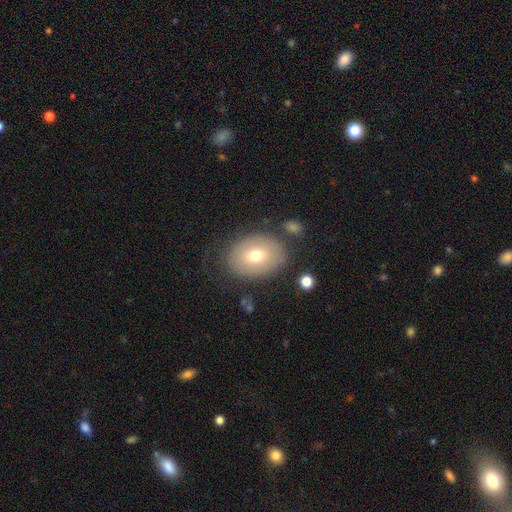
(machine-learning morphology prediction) This appears to be a smooth galaxy with no disk features (65%) that is in between round and cigar-shaped (66%). Merging: none (73%).